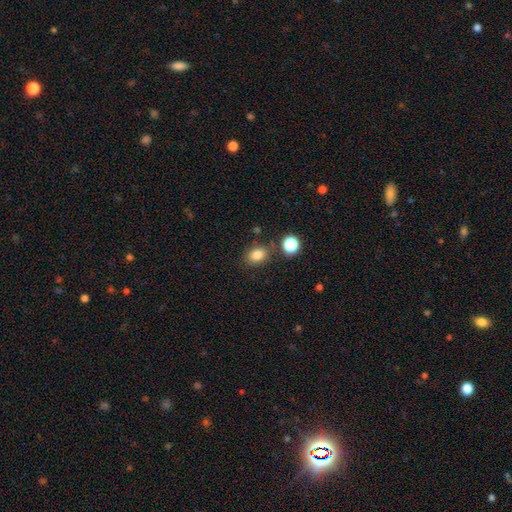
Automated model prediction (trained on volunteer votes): smooth-or-featured: smooth: 80% | star or artifact: 13% | featured or disk: 6%
  how-rounded: in between: 61% | round: 37% | cigar-shaped: 1%
  merging: none: 79% | minor disturbance: 11% | merger: 6% | major disturbance: 3%